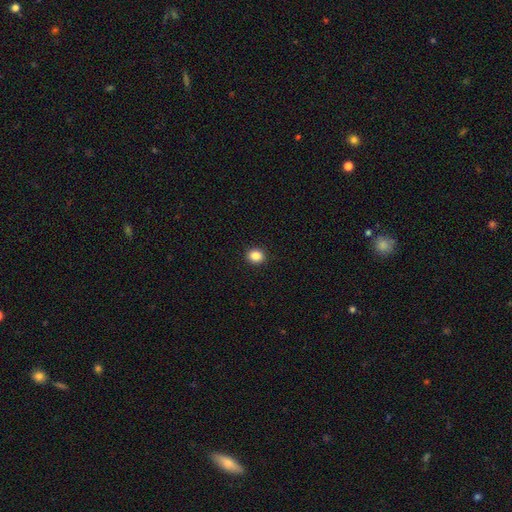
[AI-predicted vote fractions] The model was most divided on "how rounded": round: 76%, in between: 23%, cigar-shaped: 1%. More confident: merging — none (92%); smooth or featured — smooth (86%).